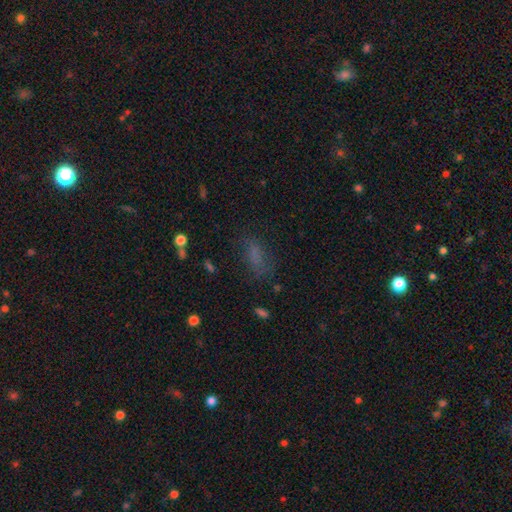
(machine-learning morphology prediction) Smooth or featured? smooth (65%)
How rounded? in between (74%)
Merging? none (61%)